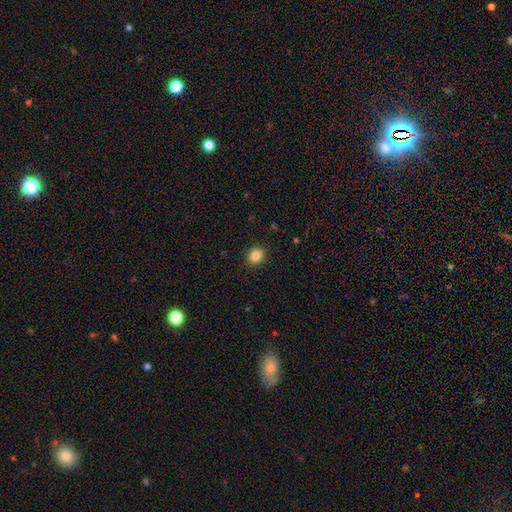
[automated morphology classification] type=smooth (85%); roundness=round (70%); merging=none (90%).